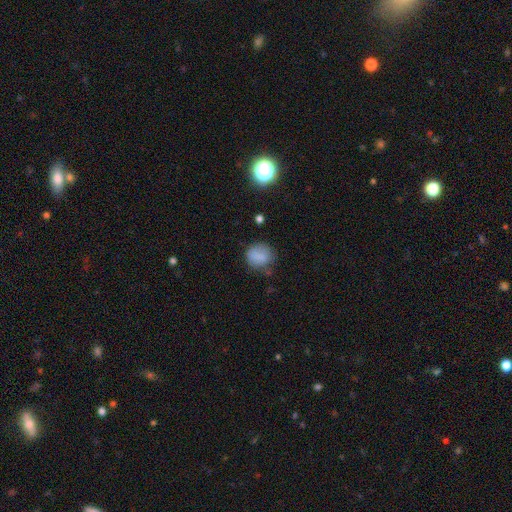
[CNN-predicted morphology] Smooth or featured? smooth (81%)
How rounded? round (76%)
Merging? none (66%)